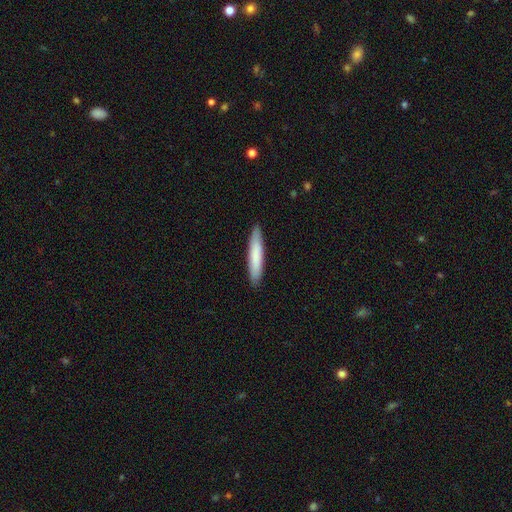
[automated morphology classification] type=smooth (79%); roundness=cigar-shaped (91%); merging=none (90%).